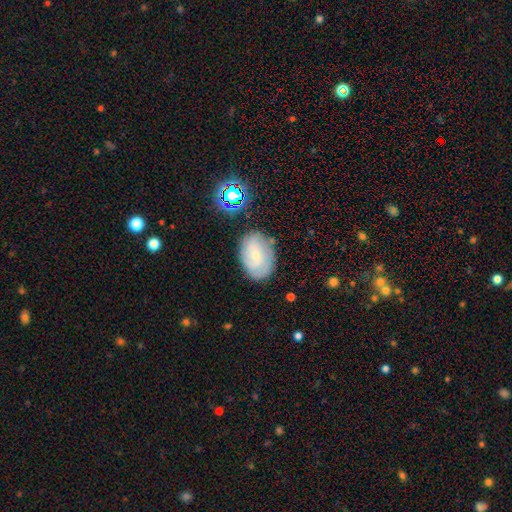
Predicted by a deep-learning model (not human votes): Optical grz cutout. It shows a featured or disk galaxy (56%) with no bar (71%), spiral arms (81%) and a small central bulge (73%). Merging: none (75%).